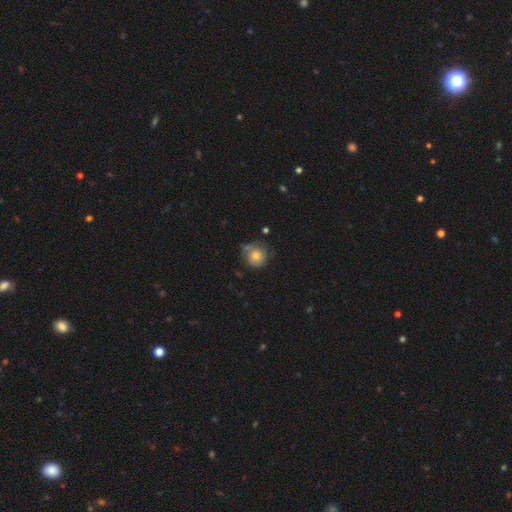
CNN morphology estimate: type=smooth (58%); roundness=round (88%); merging=none (60%).